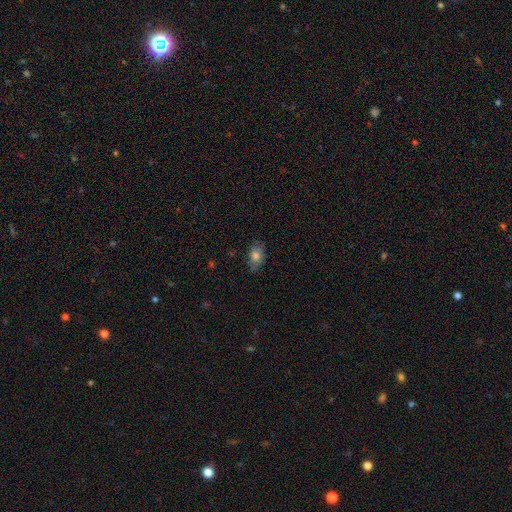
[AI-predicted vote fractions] Smooth or featured: smooth — 77% (featured or disk — 14%)
How rounded: in between — 85% (round — 13%)
Merging: none — 77% (minor disturbance — 19%)